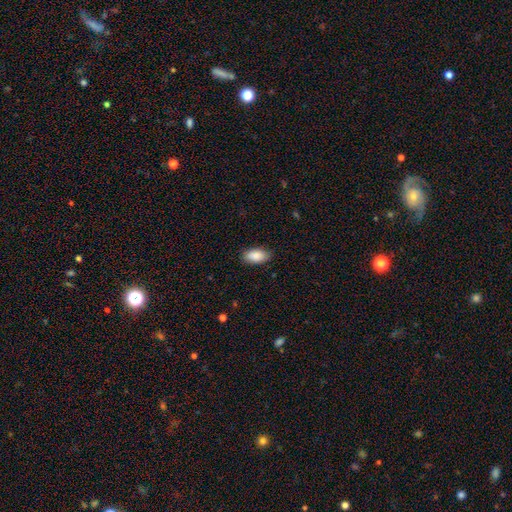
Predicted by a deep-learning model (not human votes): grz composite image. It shows a smooth galaxy with no disk features (89%) that is in between round and cigar-shaped (93%). Merging: none (86%).